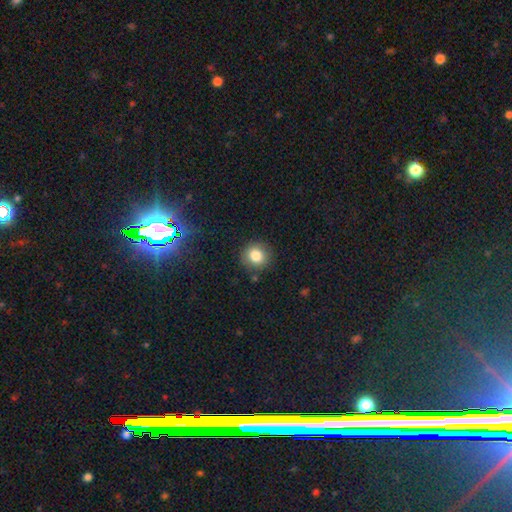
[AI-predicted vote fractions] Morphology: type=smooth (82%); roundness=round (88%); merging=none (86%).